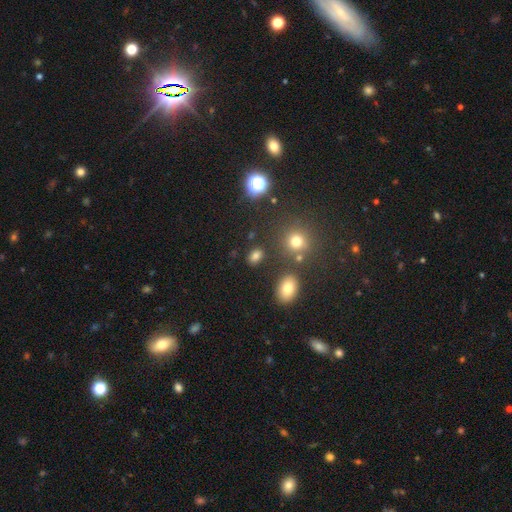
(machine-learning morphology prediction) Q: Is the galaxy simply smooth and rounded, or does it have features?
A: smooth — 76%.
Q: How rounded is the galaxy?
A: in between — 71%.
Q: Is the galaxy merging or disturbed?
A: none — 82%.